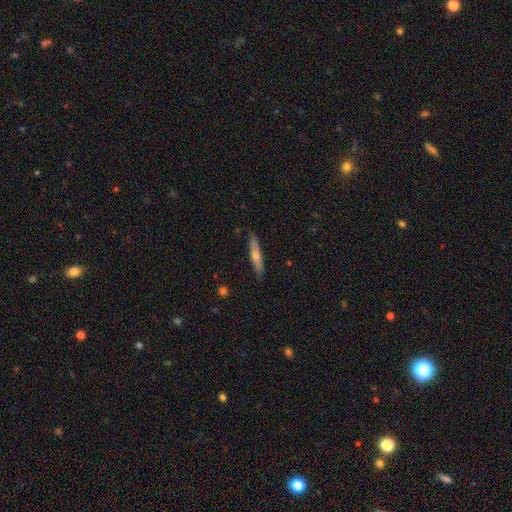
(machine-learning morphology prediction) smooth-or-featured: featured or disk: 54% | smooth: 39% | star or artifact: 6%
  disk-edge-on: yes: 92% | no: 8%
  merging: none: 89% | minor disturbance: 8% | major disturbance: 2% | merger: 1%